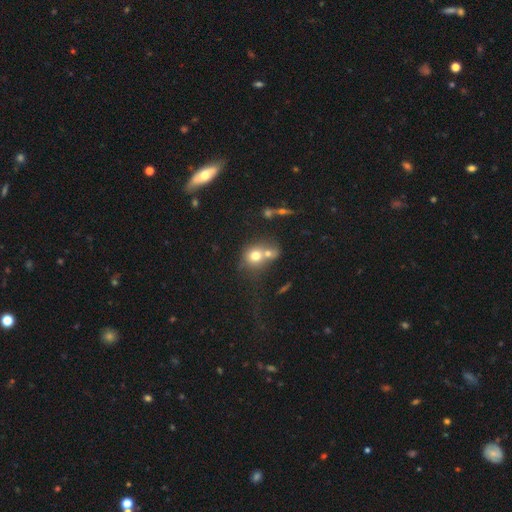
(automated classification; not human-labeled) Smooth or featured? smooth (70%)
How rounded? round (75%)
Merging? merger (54%)